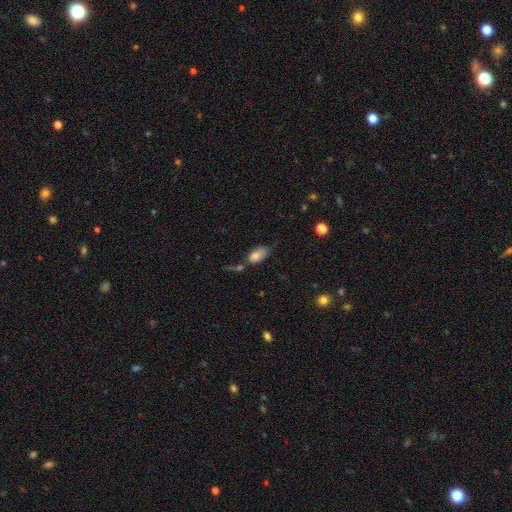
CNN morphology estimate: This appears to be a smooth galaxy with no disk features (79%) that is in between round and cigar-shaped (90%). Merging: none (40%).